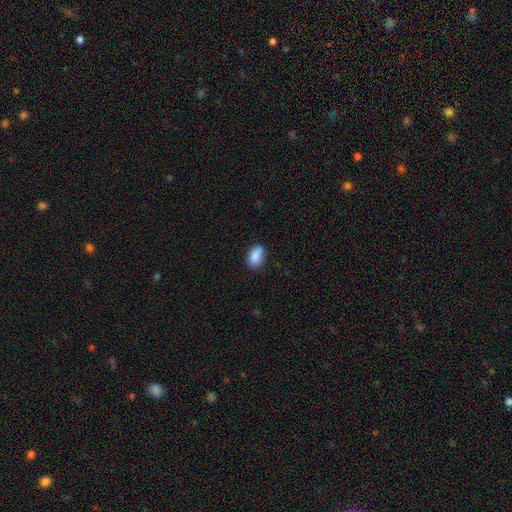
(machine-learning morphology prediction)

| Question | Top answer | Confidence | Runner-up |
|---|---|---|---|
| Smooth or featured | smooth | 85% | star or artifact (8%) |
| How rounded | in between | 85% | round (12%) |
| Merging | none | 67% | minor disturbance (23%) |